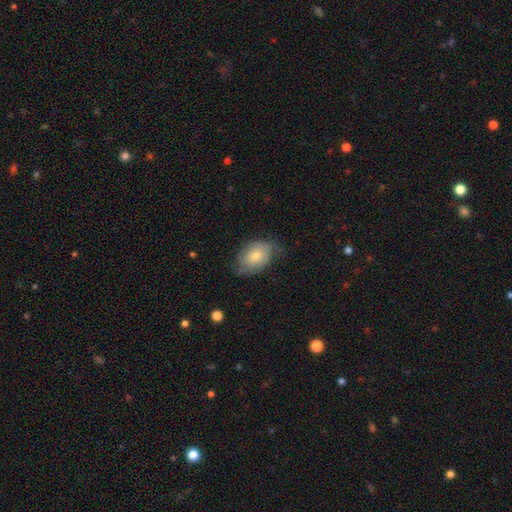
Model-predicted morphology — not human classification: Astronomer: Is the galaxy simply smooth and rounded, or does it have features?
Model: smooth — 50% (runner-up: featured or disk, 41%).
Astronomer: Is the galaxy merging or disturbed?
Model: none — 61%.